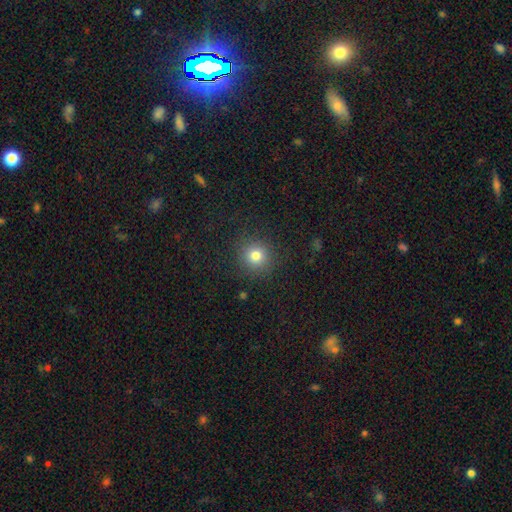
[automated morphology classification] type=smooth (79%); roundness=round (93%); merging=none (89%).